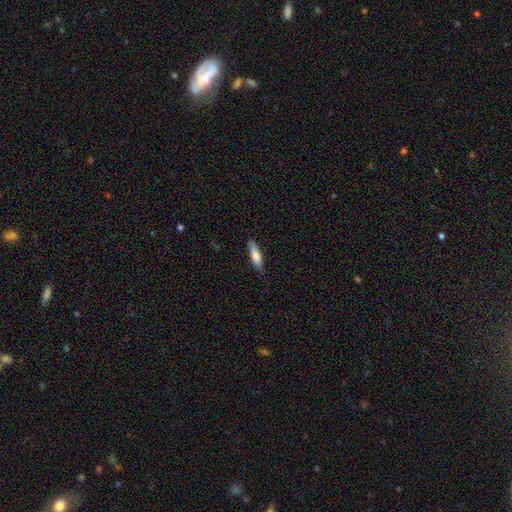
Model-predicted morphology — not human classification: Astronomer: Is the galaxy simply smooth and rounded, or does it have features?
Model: smooth — 79%.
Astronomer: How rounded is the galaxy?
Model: cigar-shaped — 65%.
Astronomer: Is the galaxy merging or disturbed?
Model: none — 82%.